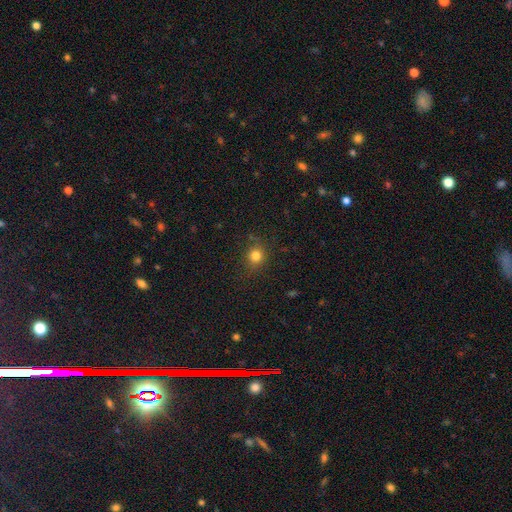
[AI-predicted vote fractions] This appears to be a smooth galaxy with no disk features (81%) that is round (83%). Merging: none (82%).